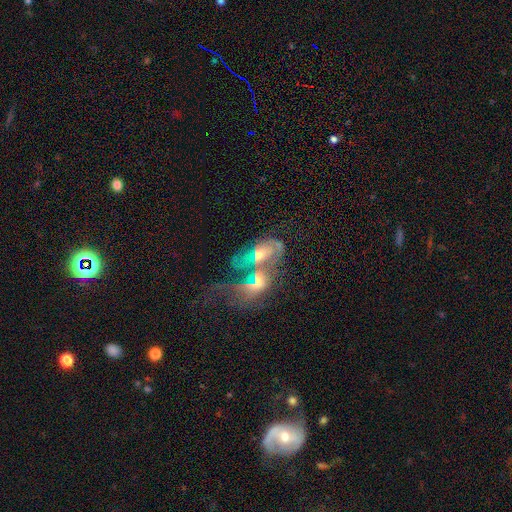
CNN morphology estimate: Overall: featured or disk (61%; smooth 26%). Edge-on disk: no (92%). Bar: no (68%). Spiral arms: yes (61%; no 39%). Bulge size: moderate (54%; small 29%). Merging: merger (71%).